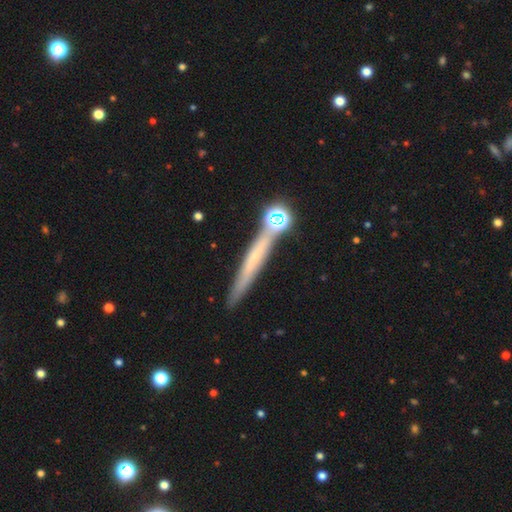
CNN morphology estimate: This is possibly a featured or disk galaxy (46%). Merging: likely none (73%).